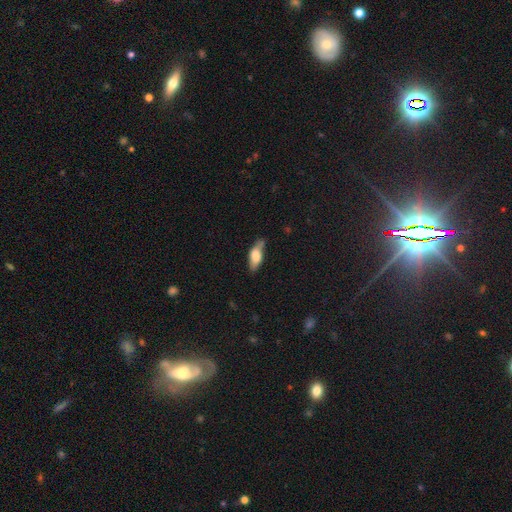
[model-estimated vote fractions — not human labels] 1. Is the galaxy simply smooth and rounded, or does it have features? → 67% smooth, 26% featured or disk, 7% star or artifact.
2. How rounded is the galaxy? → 74% in between, 23% cigar-shaped, 3% round.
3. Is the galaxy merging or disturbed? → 59% none, 31% minor disturbance, 7% major disturbance, 4% merger.